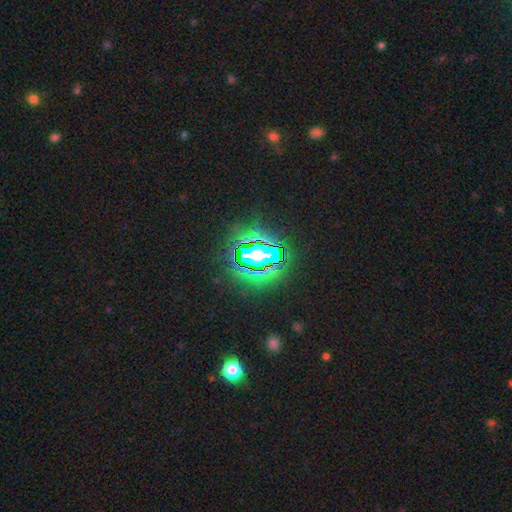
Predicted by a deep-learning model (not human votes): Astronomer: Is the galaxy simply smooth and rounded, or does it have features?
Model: star or artifact — 70%.